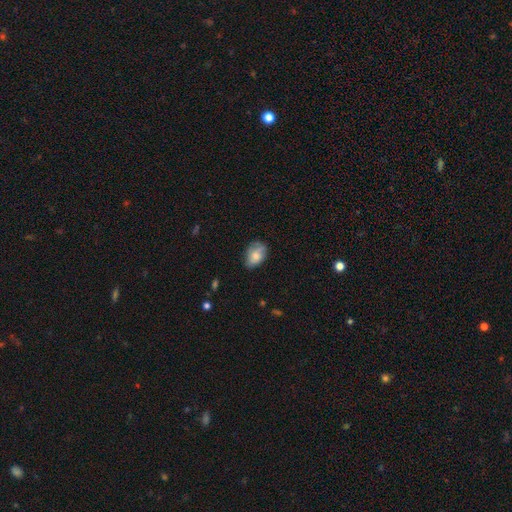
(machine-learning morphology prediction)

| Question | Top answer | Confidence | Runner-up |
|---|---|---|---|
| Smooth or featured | smooth | 71% | featured or disk (21%) |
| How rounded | in between | 84% | round (14%) |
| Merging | none | 58% | minor disturbance (32%) |